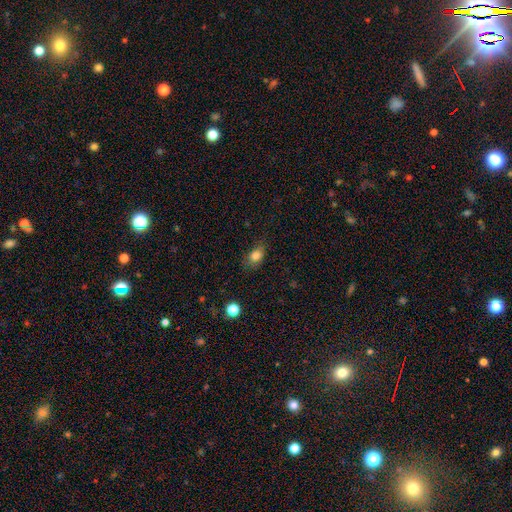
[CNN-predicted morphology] This is clearly a smooth galaxy (82%). How rounded: likely in between (73%). Merging: likely none (72%).